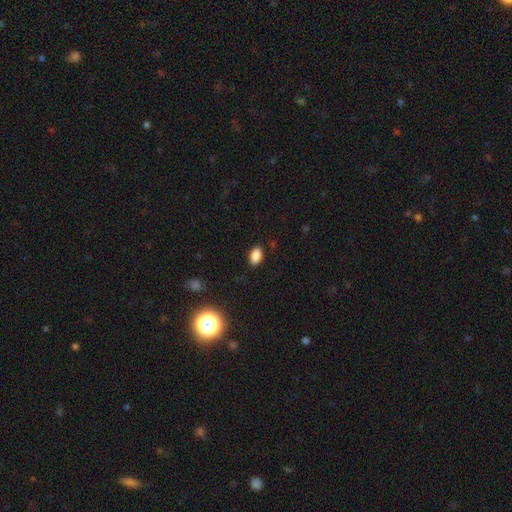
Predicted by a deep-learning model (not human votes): Overall: smooth (86%). How rounded: in between (90%). Merging: none (87%).